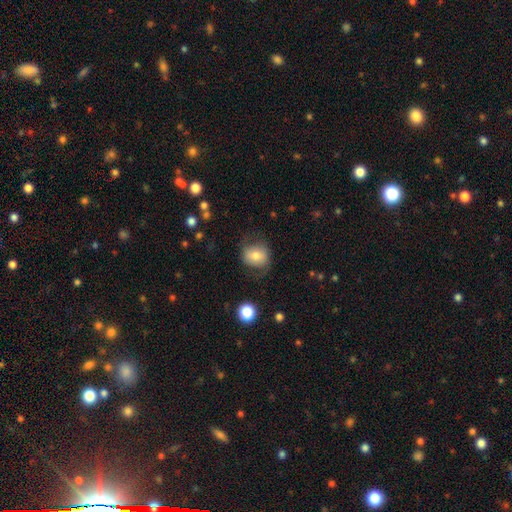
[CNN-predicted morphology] Smooth or featured?
  - smooth: 68% *
  - featured or disk: 23%
  - star or artifact: 9%
How rounded?
  - round: 67% *
  - in between: 32%
  - cigar-shaped: 1%
Merging?
  - none: 64% *
  - minor disturbance: 22%
  - major disturbance: 13%
  - merger: 2%